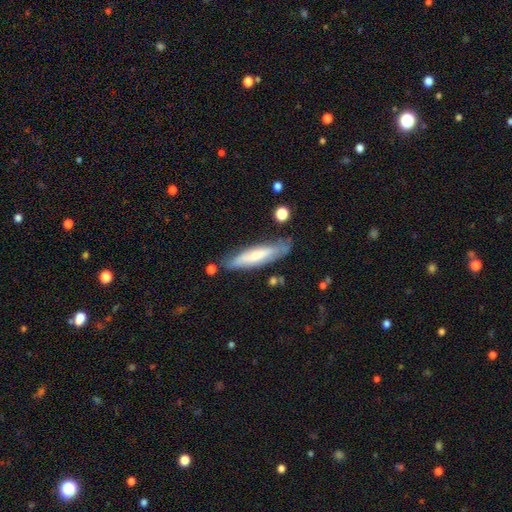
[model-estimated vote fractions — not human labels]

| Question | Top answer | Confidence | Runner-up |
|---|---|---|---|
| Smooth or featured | smooth | 57% | featured or disk (37%) |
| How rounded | cigar-shaped | 78% | in between (20%) |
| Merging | none | 73% | minor disturbance (18%) |